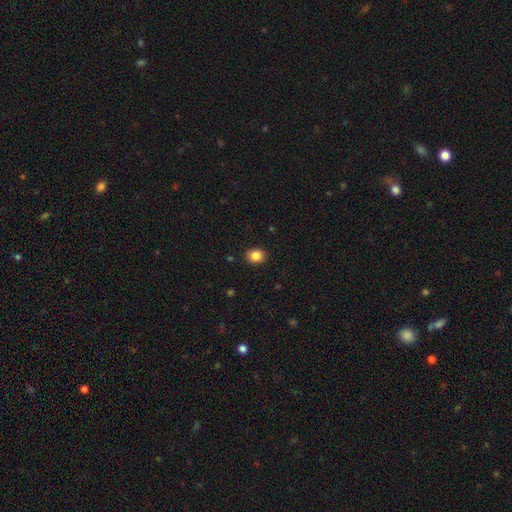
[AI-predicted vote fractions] smooth-or-featured: smooth: 86% | star or artifact: 10% | featured or disk: 5%
  how-rounded: round: 54% | in between: 45% | cigar-shaped: 1%
  merging: none: 90% | minor disturbance: 7% | major disturbance: 2% | merger: 1%